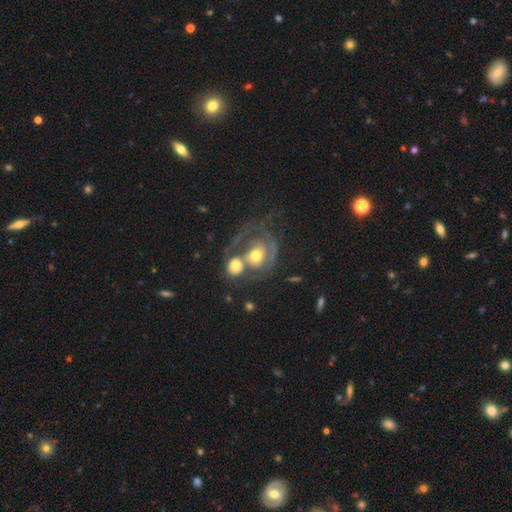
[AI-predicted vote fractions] Smooth or featured? featured or disk (66%)
Edge-on disk? no (97%)
Bar? no (74%)
Spiral arms? yes (67%)
Bulge size? moderate (65%)
Merging? merger (59%)